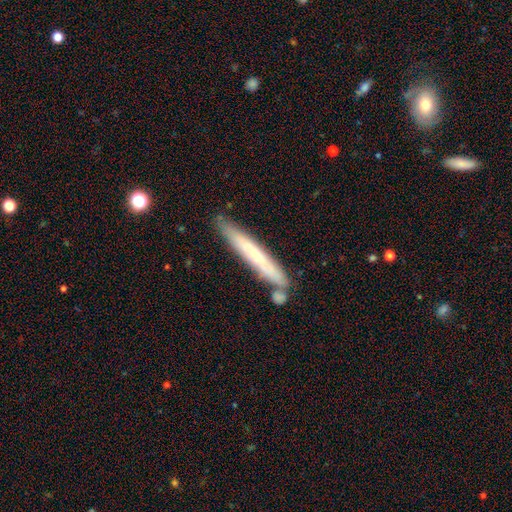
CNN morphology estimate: type=smooth (54%); roundness=cigar-shaped (95%); merging=none (73%).